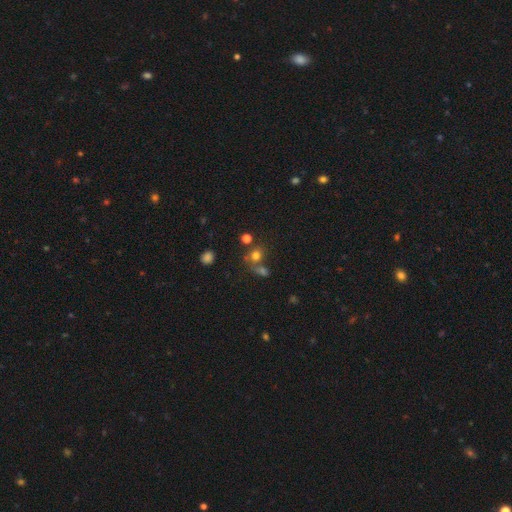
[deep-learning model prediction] This is likely a smooth galaxy (72%). How rounded: likely round (78%). Merging: possibly none (53%).